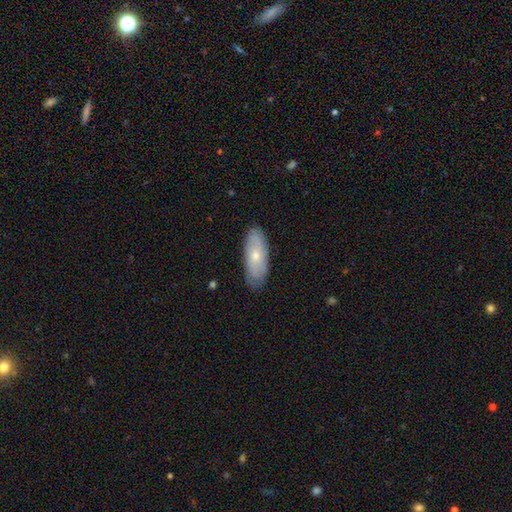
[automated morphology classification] The model was most divided on "smooth or featured": smooth: 48%, featured or disk: 46%, star or artifact: 6%. More confident: merging — none (81%).